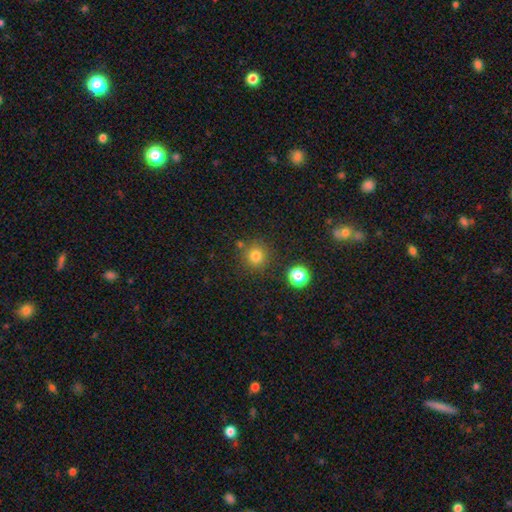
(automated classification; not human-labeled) A smooth galaxy with no disk features (78%) that is round (94%). Merging: none (82%).